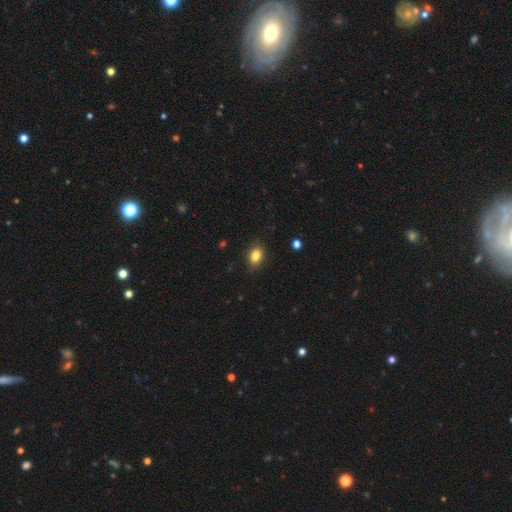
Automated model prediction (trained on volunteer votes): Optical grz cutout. It shows a smooth galaxy with no disk features (84%) that is in between round and cigar-shaped (70%). Merging: none (86%).